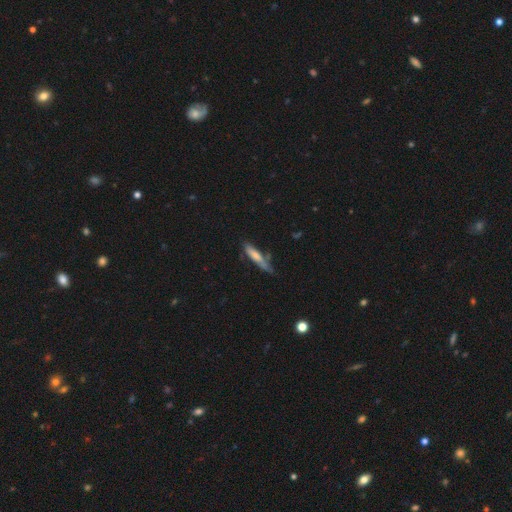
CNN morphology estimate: type=smooth (65%); roundness=cigar-shaped (78%); merging=none (51%).